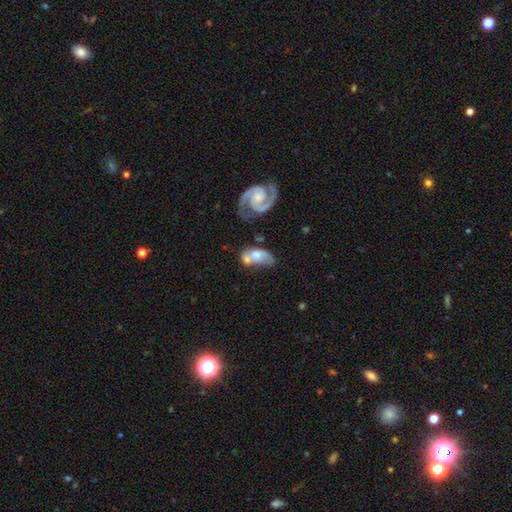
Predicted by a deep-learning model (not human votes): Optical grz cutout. It shows a featured or disk galaxy (53%). Merging: merger (45%).